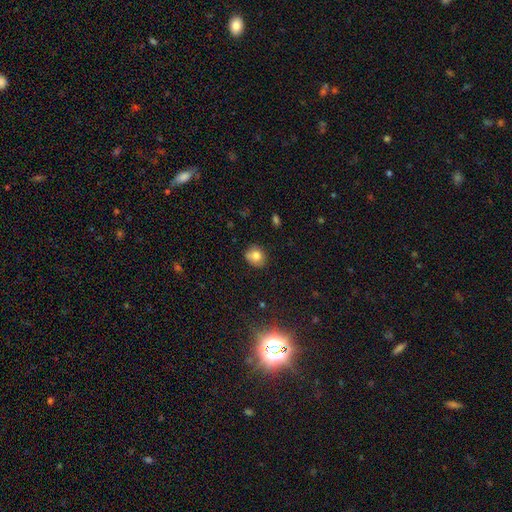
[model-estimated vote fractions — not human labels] A smooth galaxy with no disk features (78%) that is round (68%). Merging: none (72%).